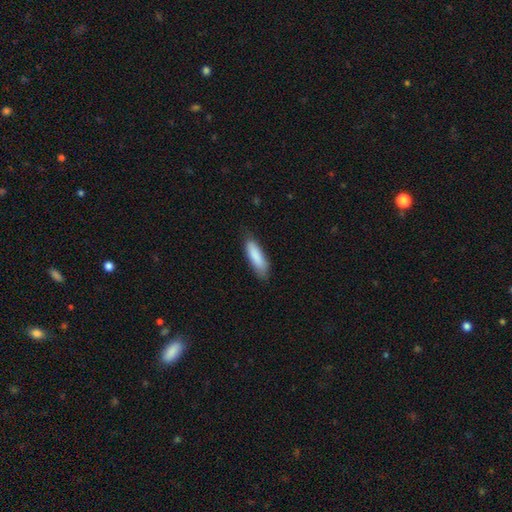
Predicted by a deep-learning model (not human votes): Q: Smooth or featured?
A: smooth (87%); runner-up: featured or disk (8%)
Q: How rounded?
A: cigar-shaped (56%); runner-up: in between (43%)
Q: Merging?
A: none (76%); runner-up: minor disturbance (19%)